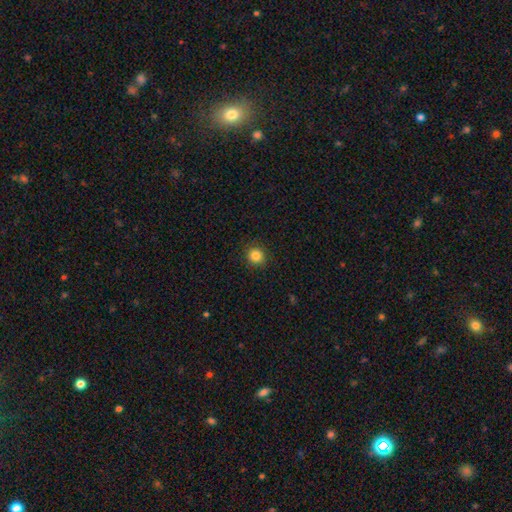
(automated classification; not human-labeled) Smooth or featured?
  - smooth: 85% *
  - star or artifact: 11%
  - featured or disk: 4%
How rounded?
  - round: 91% *
  - in between: 8%
  - cigar-shaped: 1%
Merging?
  - none: 91% *
  - minor disturbance: 6%
  - major disturbance: 2%
  - merger: 1%